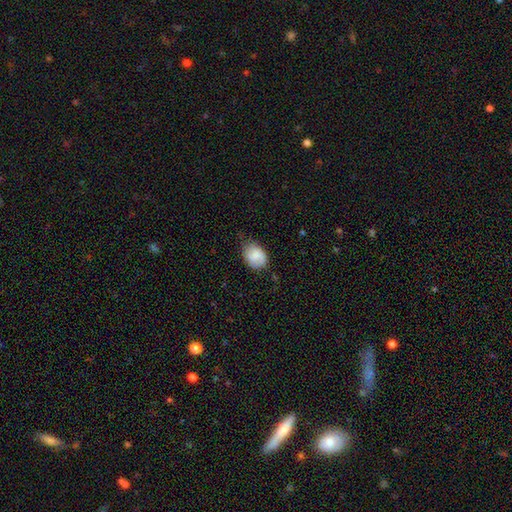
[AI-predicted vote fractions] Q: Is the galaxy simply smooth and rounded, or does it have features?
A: smooth — 79%.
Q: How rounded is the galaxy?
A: in between — 66%.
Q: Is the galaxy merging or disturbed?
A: none — 56%.